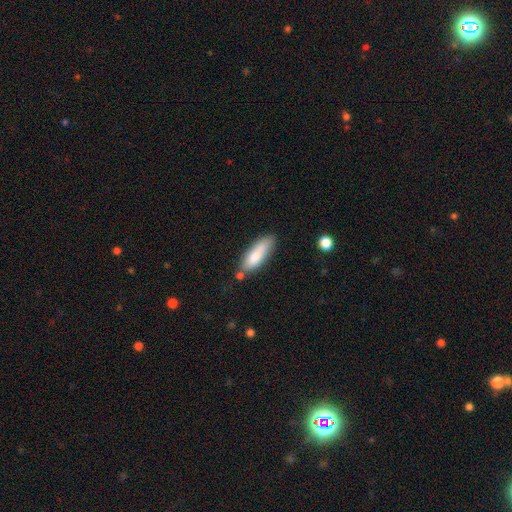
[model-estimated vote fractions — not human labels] Morphology: type=smooth (79%); roundness=in between (53%); merging=none (60%).